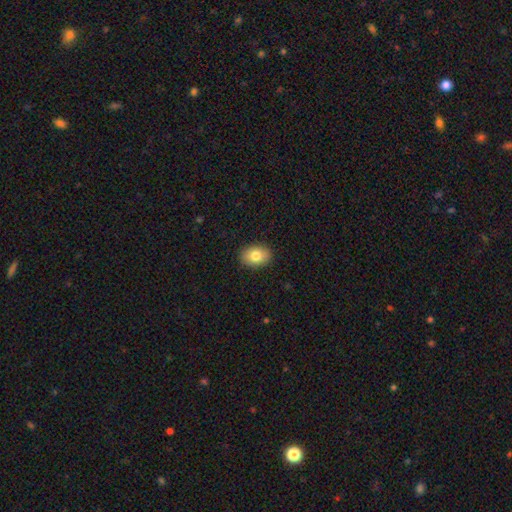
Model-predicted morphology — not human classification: smooth-or-featured: smooth: 81% | featured or disk: 11% | star or artifact: 8%
  how-rounded: in between: 75% | round: 24% | cigar-shaped: 1%
  merging: none: 90% | minor disturbance: 8% | major disturbance: 2% | merger: 1%